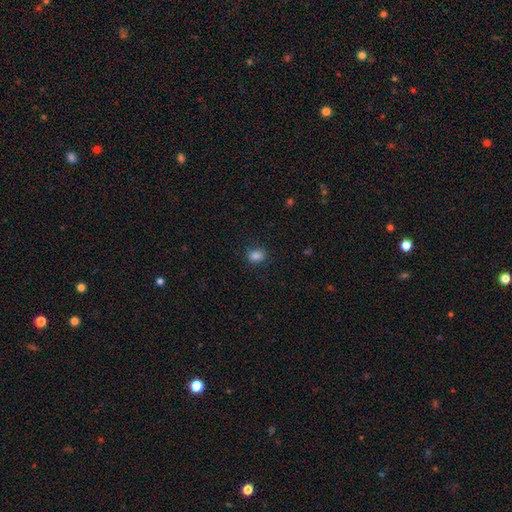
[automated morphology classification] This appears to be a smooth galaxy with no disk features (84%) that is in between round and cigar-shaped (56%). Merging: none (82%).